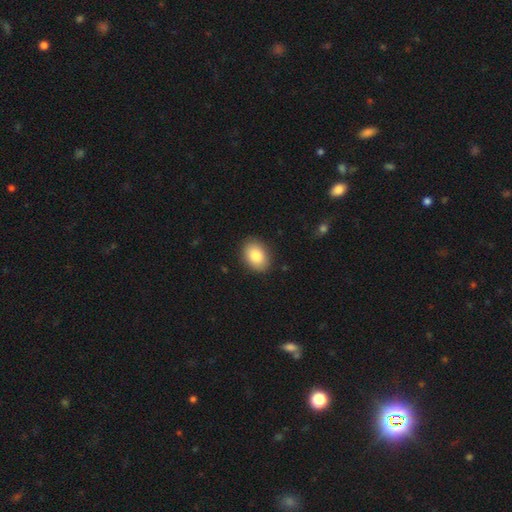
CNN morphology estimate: This is clearly a smooth galaxy (85%). How rounded: likely in between (78%). Merging: clearly none (88%).